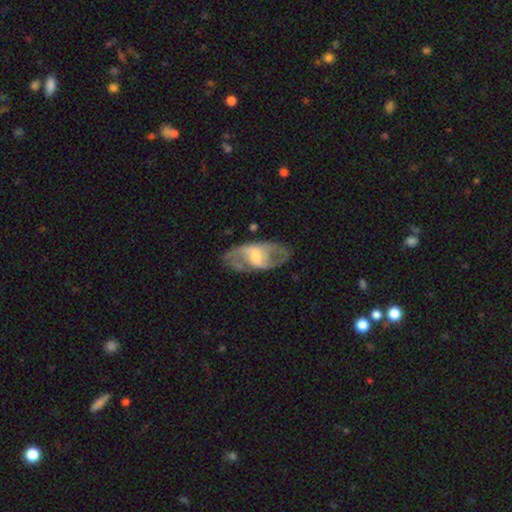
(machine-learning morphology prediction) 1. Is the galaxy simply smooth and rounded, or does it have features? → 72% featured or disk, 22% smooth, 6% star or artifact.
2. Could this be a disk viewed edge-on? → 90% no, 10% yes.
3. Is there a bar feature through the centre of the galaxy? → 47% weak, 33% no, 21% strong.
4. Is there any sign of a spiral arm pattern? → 75% yes, 25% no.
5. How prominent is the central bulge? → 48% moderate, 29% small, 15% large, 6% none, 2% dominant.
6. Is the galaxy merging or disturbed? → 69% none, 18% minor disturbance, 11% major disturbance, 2% merger.